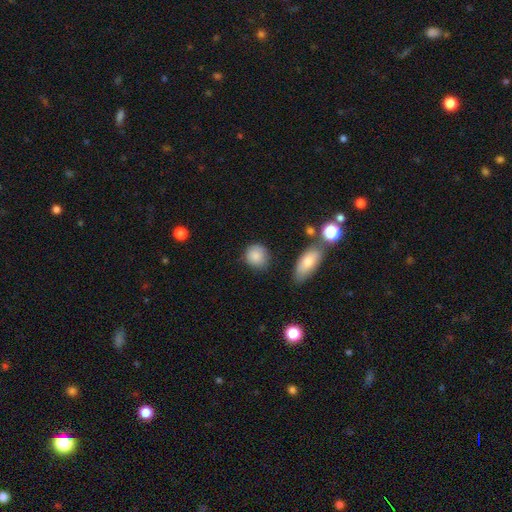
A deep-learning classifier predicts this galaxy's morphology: smooth-or-featured: smooth: 86% | star or artifact: 8% | featured or disk: 6%
  how-rounded: round: 80% | in between: 19% | cigar-shaped: 2%
  merging: none: 77% | minor disturbance: 16% | major disturbance: 4% | merger: 4%